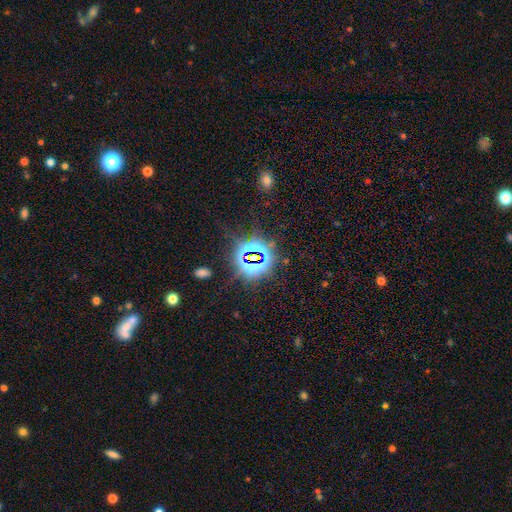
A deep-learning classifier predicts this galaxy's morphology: Smooth or featured? Predicted: star or artifact (p=0.82).